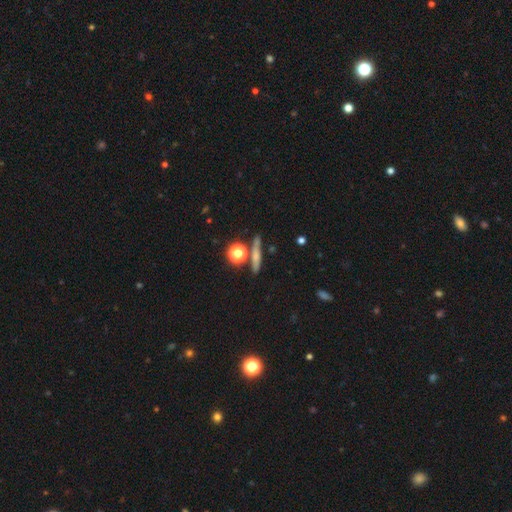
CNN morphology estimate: Overall: smooth (53%; featured or disk 32%). How rounded: cigar-shaped (67%). Merging: none (76%).